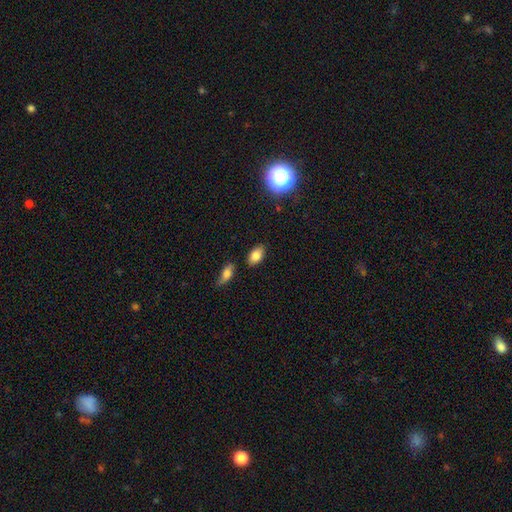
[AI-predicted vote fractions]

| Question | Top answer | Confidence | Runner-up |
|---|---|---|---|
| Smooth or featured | smooth | 80% | featured or disk (10%) |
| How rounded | in between | 89% | round (8%) |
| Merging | none | 83% | minor disturbance (10%) |